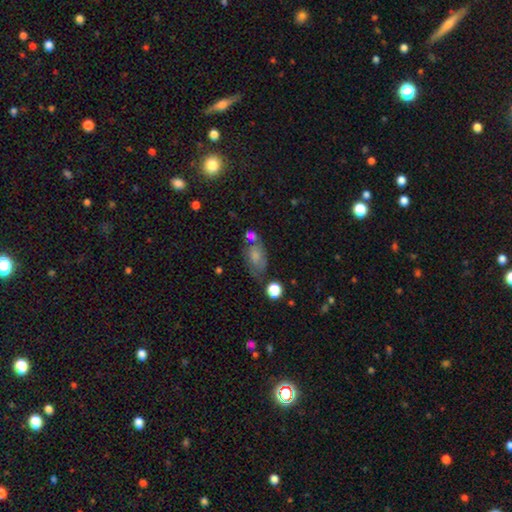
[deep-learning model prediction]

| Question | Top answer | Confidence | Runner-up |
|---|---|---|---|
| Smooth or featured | smooth | 62% | featured or disk (27%) |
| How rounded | in between | 85% | round (11%) |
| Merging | none | 42% | minor disturbance (26%) |